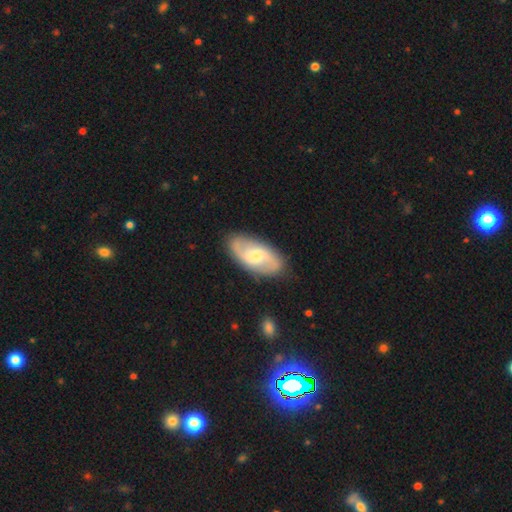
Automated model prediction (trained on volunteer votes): A featured or disk galaxy (72%) with a weak bar (55%), 2 (88%) loose (45%) spiral arms (91%) and a moderate central bulge (49%). Merging: none (85%).